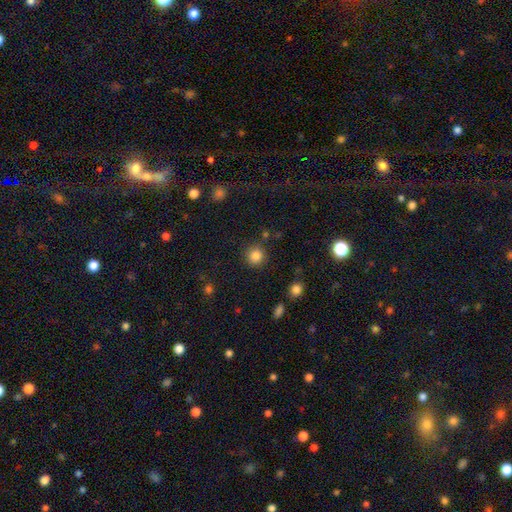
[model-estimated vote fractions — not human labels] A smooth galaxy with no disk features (85%) that is round (92%).

Vote fractions:
- Smooth or featured? smooth: 85% / star or artifact: 11% / featured or disk: 4%
- How rounded? round: 92% / in between: 7% / cigar-shaped: 1%
- Merging? none: 86% / minor disturbance: 8% / major disturbance: 3% / merger: 3%